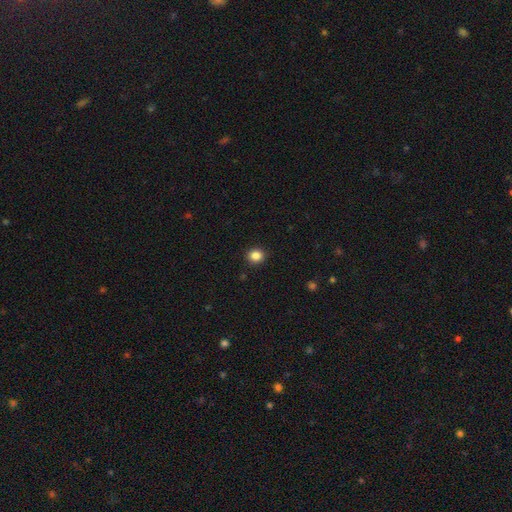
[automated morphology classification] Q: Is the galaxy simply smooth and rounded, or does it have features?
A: smooth — 85%.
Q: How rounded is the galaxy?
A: round — 81%.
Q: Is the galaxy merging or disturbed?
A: none — 91%.